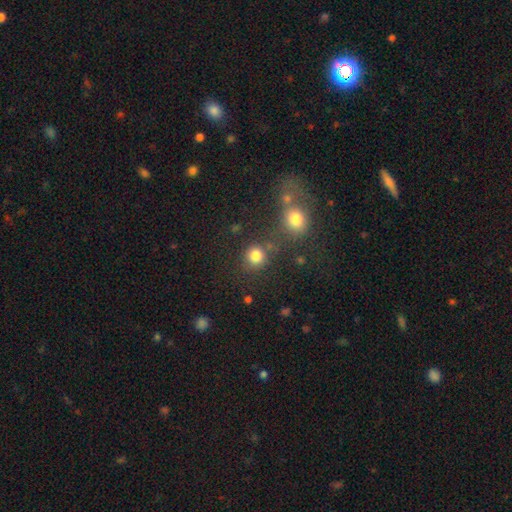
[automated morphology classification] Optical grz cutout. It shows a smooth galaxy with no disk features (81%) that is round (88%). Merging: none (72%).